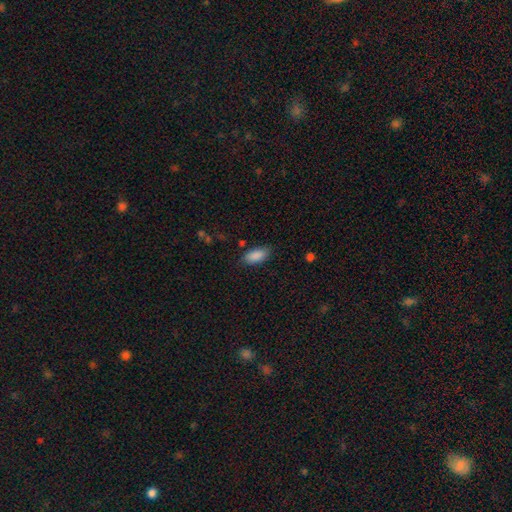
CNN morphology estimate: Smooth or featured? smooth (89%)
How rounded? in between (90%)
Merging? none (79%)